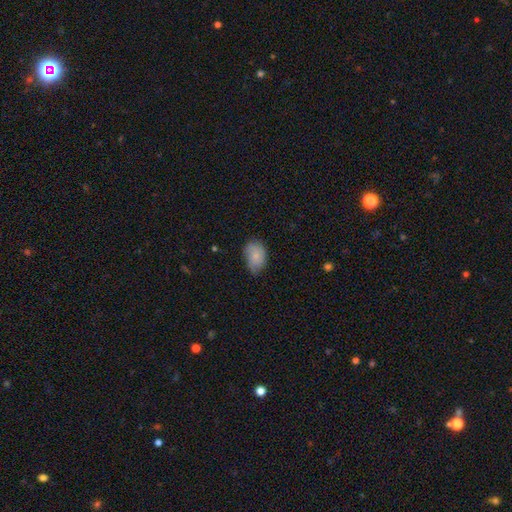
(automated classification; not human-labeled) A smooth galaxy with no disk features (79%) that is in between round and cigar-shaped (84%). Merging: none (60%).